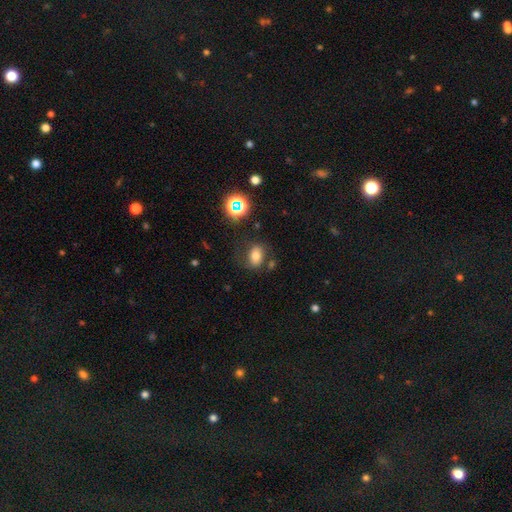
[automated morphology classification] Q: Smooth or featured?
A: smooth (67%); runner-up: featured or disk (18%)
Q: How rounded?
A: in between (71%); runner-up: round (27%)
Q: Merging?
A: none (66%); runner-up: minor disturbance (18%)